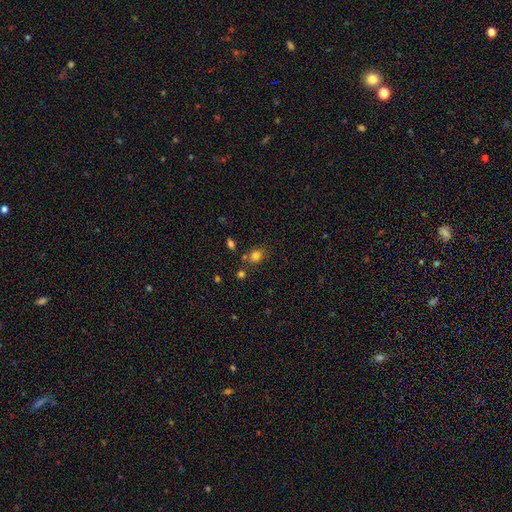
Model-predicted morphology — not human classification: Smooth or featured: smooth — 80% (star or artifact — 13%)
How rounded: round — 59% (in between — 40%)
Merging: none — 68% (merger — 14%)